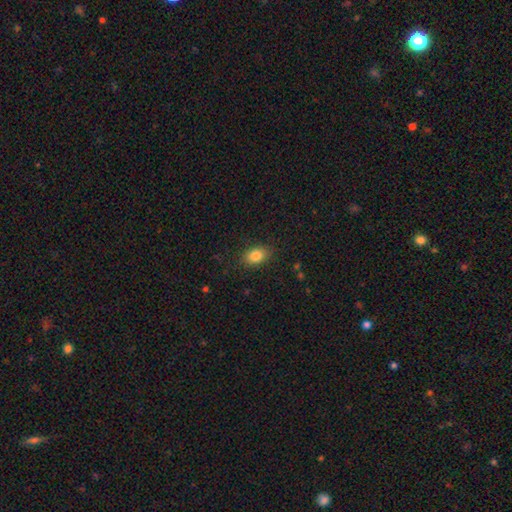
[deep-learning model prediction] smooth_or_featured: smooth (p=0.84) [alt: star or artifact p=0.09]
how_rounded: in between (p=0.80) [alt: round p=0.18]
merging: none (p=0.86) [alt: minor disturbance p=0.11]